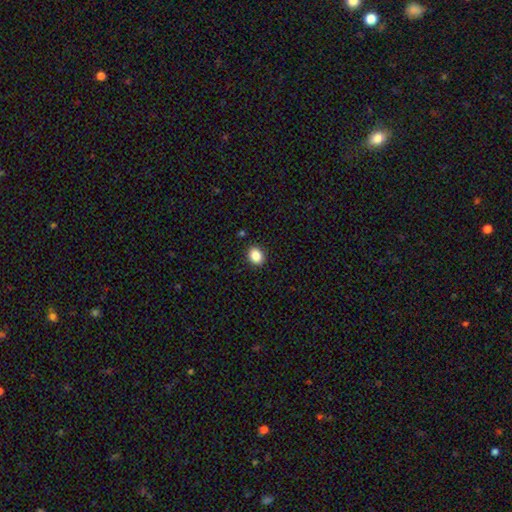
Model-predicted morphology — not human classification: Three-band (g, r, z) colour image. It shows a smooth galaxy with no disk features (86%) that is round (52%). Merging: none (91%).